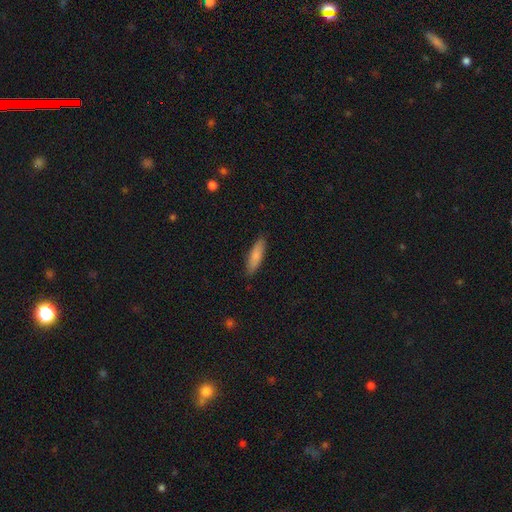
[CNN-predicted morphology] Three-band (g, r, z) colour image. It shows a smooth galaxy with no disk features (80%) that is cigar-shaped (62%). Merging: none (87%).